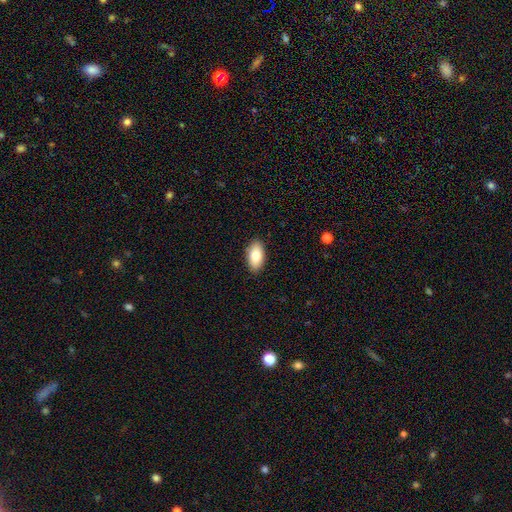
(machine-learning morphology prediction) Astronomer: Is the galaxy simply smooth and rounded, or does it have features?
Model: smooth — 81%.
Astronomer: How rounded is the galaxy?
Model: in between — 93%.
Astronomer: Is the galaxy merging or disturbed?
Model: none — 90%.